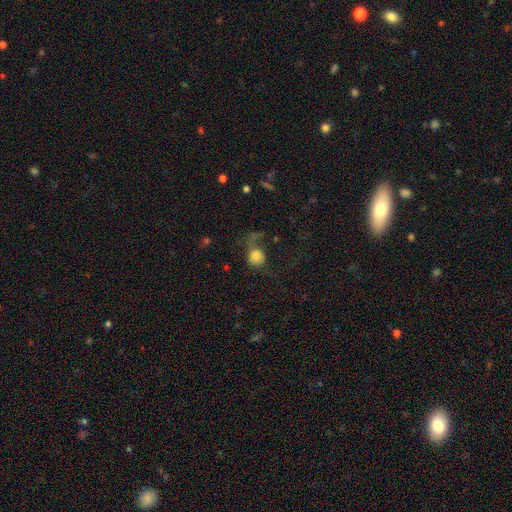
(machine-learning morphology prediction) Smooth or featured? Predicted: smooth (p=0.76). How rounded? Predicted: round (p=0.81). Merging? Predicted: major disturbance (p=0.42).